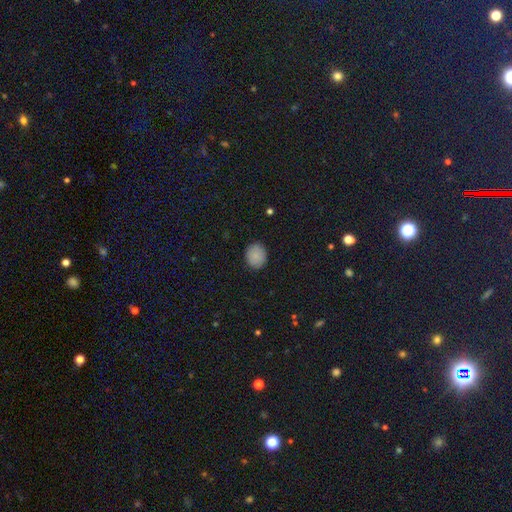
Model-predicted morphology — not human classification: Overall: smooth (86%). How rounded: round (66%; in between 33%). Merging: none (87%).